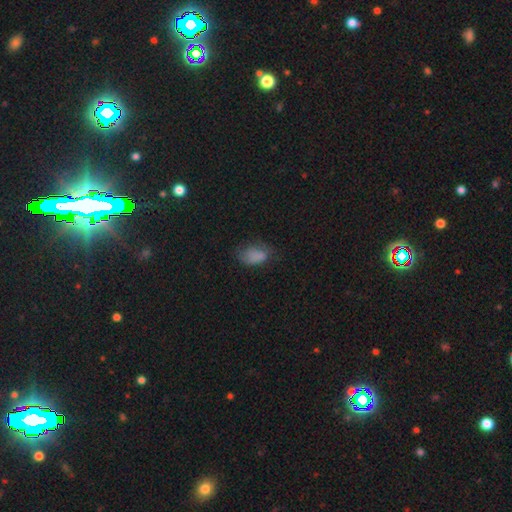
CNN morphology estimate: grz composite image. It shows a smooth galaxy with no disk features (76%) that is in between round and cigar-shaped (88%). Merging: none (47%).